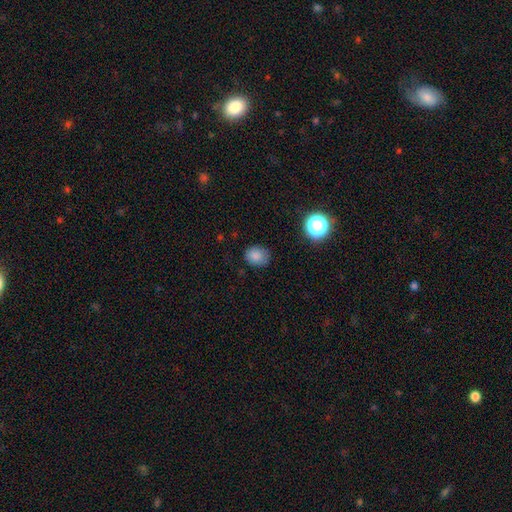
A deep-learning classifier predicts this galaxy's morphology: A smooth galaxy with no disk features (83%) that is round (60%).

Vote fractions:
- Smooth or featured? smooth: 83% / star or artifact: 12% / featured or disk: 5%
- How rounded? round: 60% / in between: 39% / cigar-shaped: 1%
- Merging? none: 75% / minor disturbance: 19% / major disturbance: 4% / merger: 1%